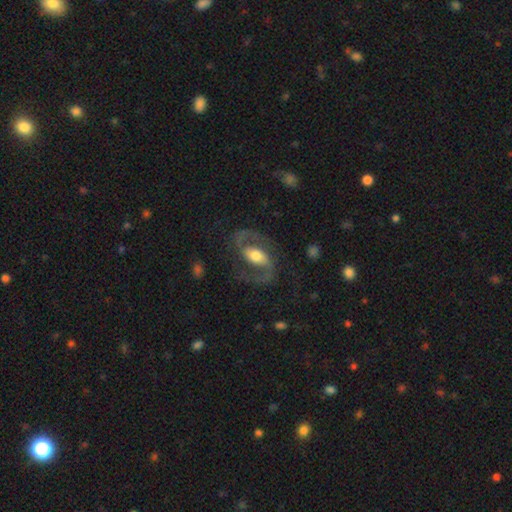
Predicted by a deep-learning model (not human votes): Q: Smooth or featured?
A: featured or disk (87%); runner-up: smooth (8%)
Q: Edge-on disk?
A: no (97%); runner-up: yes (3%)
Q: Bar?
A: weak (39%); runner-up: strong (37%)
Q: Spiral arms?
A: yes (95%); runner-up: no (5%)
Q: Spiral winding?
A: medium (58%); runner-up: loose (29%)
Q: Spiral arm count?
A: 2 (93%); runner-up: can't tell (2%)
Q: Bulge size?
A: moderate (63%); runner-up: large (20%)
Q: Merging?
A: none (76%); runner-up: minor disturbance (12%)